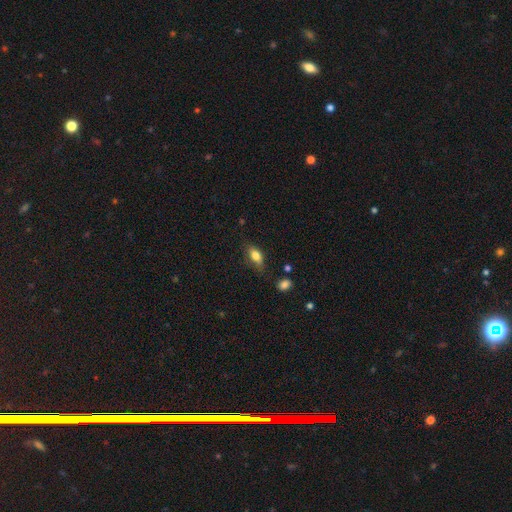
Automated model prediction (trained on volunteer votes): This is likely a smooth galaxy (76%). How rounded: clearly in between (82%). Merging: likely none (67%).